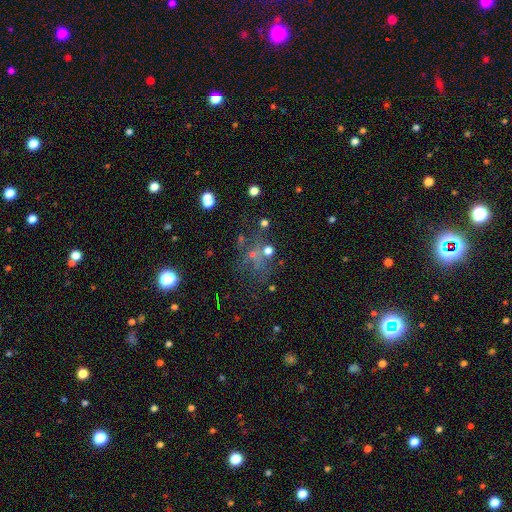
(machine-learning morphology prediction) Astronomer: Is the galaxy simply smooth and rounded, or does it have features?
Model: star or artifact — 40% (runner-up: smooth, 33%).